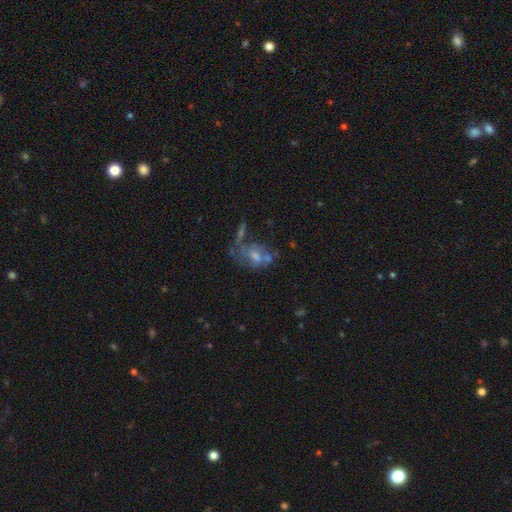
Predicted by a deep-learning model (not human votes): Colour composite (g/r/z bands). It shows a featured or disk galaxy (54%) with no bar (66%), no spiral arms (62%) and a moderate central bulge (44%). Merging: none (30%).